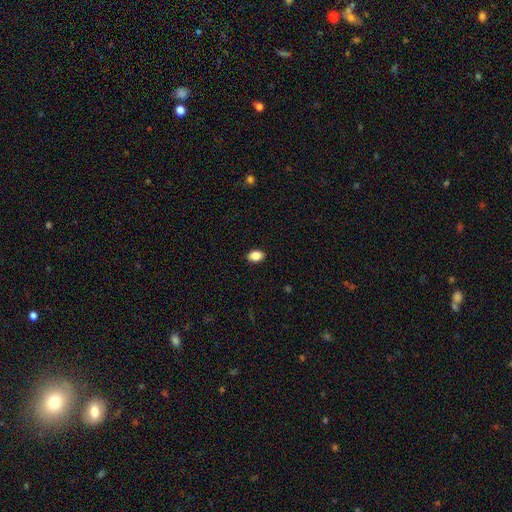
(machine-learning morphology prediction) A smooth galaxy with no disk features (86%) that is in between round and cigar-shaped (83%). Merging: none (89%).